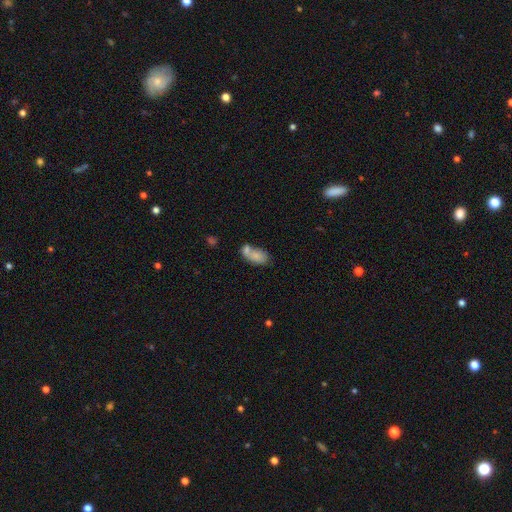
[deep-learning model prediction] Q: Smooth or featured?
A: smooth (75%); runner-up: featured or disk (17%)
Q: How rounded?
A: in between (87%); runner-up: round (11%)
Q: Merging?
A: merger (53%); runner-up: none (28%)